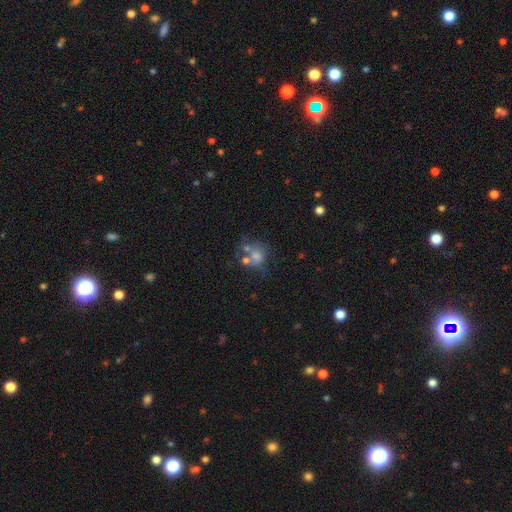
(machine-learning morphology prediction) This appears to be a smooth galaxy with no disk features (50%) that is round (68%). Merging: none (42%).